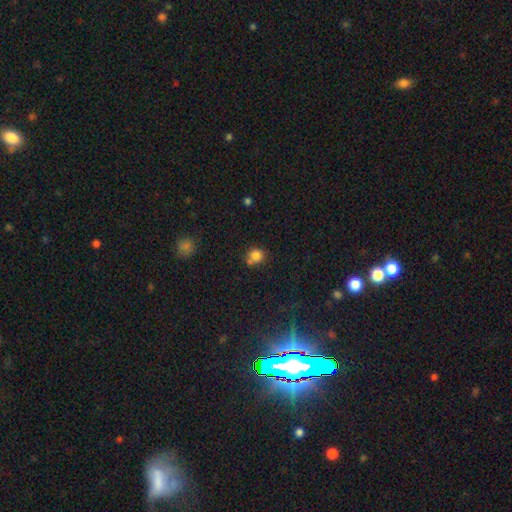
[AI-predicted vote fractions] This appears to be a smooth galaxy with no disk features (80%) that is round (83%). Merging: none (55%).